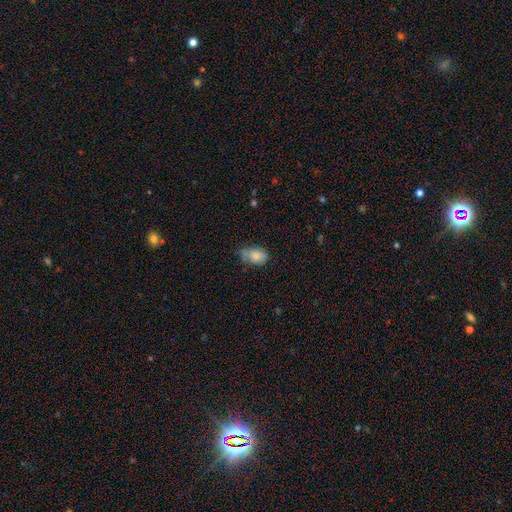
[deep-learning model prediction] Smooth or featured?
  - smooth: 80% *
  - featured or disk: 11%
  - star or artifact: 9%
How rounded?
  - in between: 78% *
  - round: 20%
  - cigar-shaped: 2%
Merging?
  - none: 42% *
  - minor disturbance: 38%
  - major disturbance: 12%
  - merger: 8%